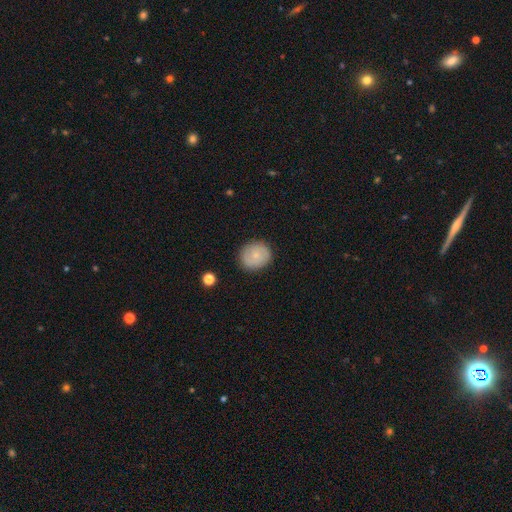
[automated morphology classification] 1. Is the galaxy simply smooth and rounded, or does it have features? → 61% smooth, 31% featured or disk, 8% star or artifact.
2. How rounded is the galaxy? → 82% round, 17% in between, 1% cigar-shaped.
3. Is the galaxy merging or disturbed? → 86% none, 10% minor disturbance, 3% major disturbance, 1% merger.